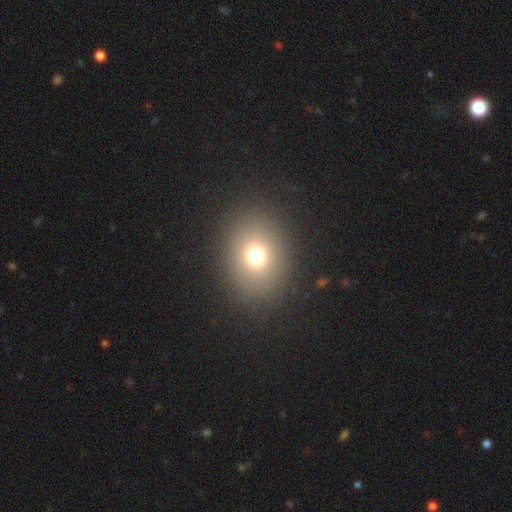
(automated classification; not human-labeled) Overall: smooth (71%). How rounded: round (57%; in between 42%). Merging: none (85%).